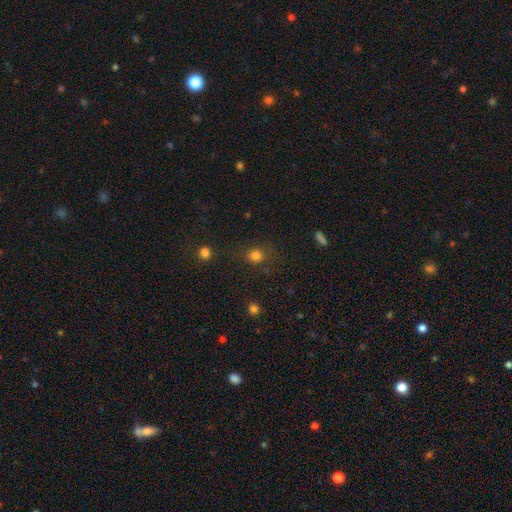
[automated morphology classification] Smooth or featured? smooth (80%)
How rounded? round (78%)
Merging? none (77%)